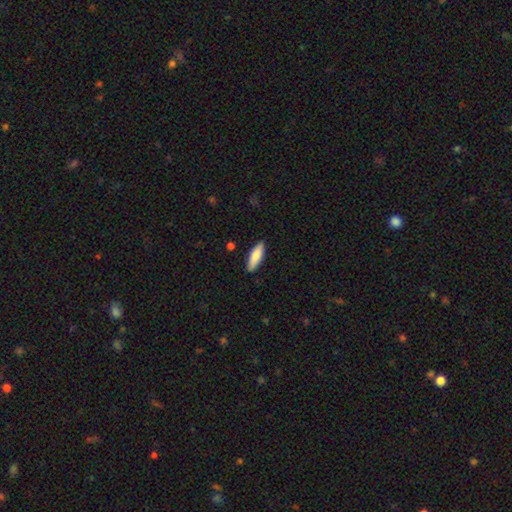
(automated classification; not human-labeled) A smooth galaxy with no disk features (84%) that is in between round and cigar-shaped (53%).

Vote fractions:
- Smooth or featured? smooth: 84% / featured or disk: 11% / star or artifact: 5%
- How rounded? in between: 53% / cigar-shaped: 46% / round: 2%
- Merging? none: 88% / minor disturbance: 9% / major disturbance: 2% / merger: 1%